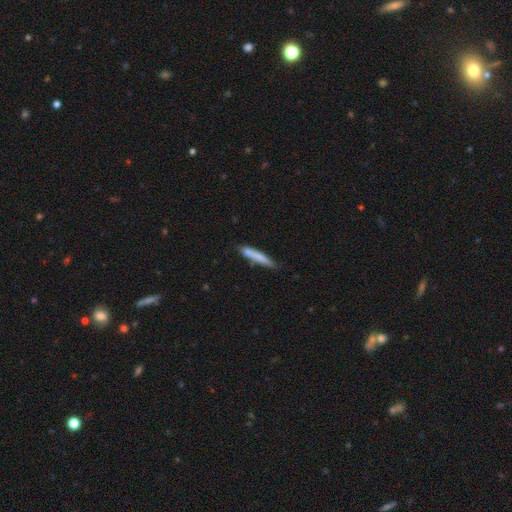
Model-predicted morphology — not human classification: The model was most divided on "smooth or featured": smooth: 76%, featured or disk: 18%, star or artifact: 6%. More confident: how rounded — cigar-shaped (93%); merging — none (75%).